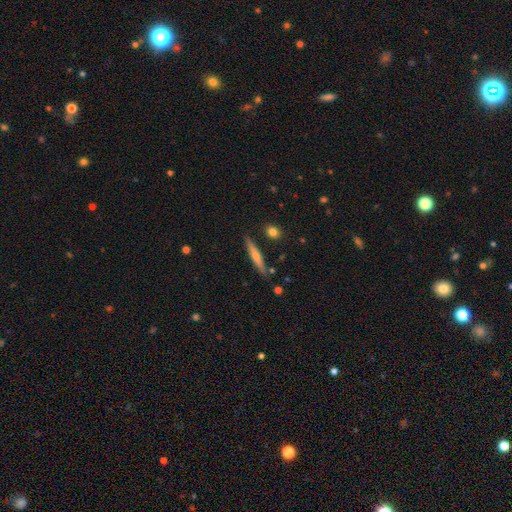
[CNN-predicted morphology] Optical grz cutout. It shows a featured or disk galaxy (52%) viewed edge-on (94%). Merging: none (85%).